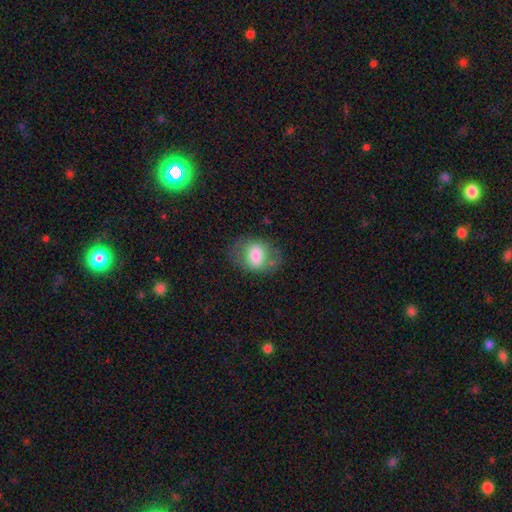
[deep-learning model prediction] smooth 67%, featured or disk 25%, star or artifact 8%. Down the decision tree: how rounded — in between (68%); merging — none (62%).